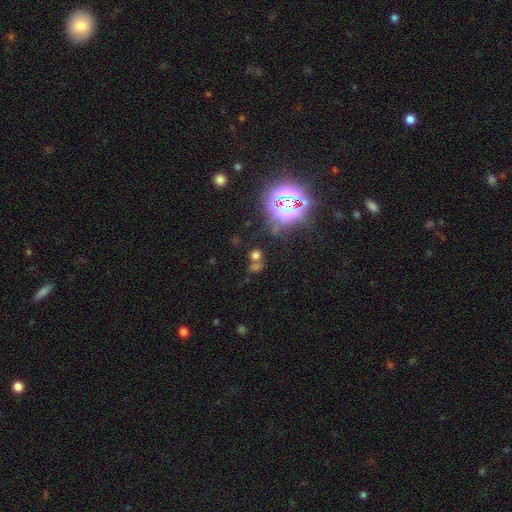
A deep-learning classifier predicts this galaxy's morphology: Overall: smooth (49%; star or artifact 42%). Merging: none (53%; merger 33%).